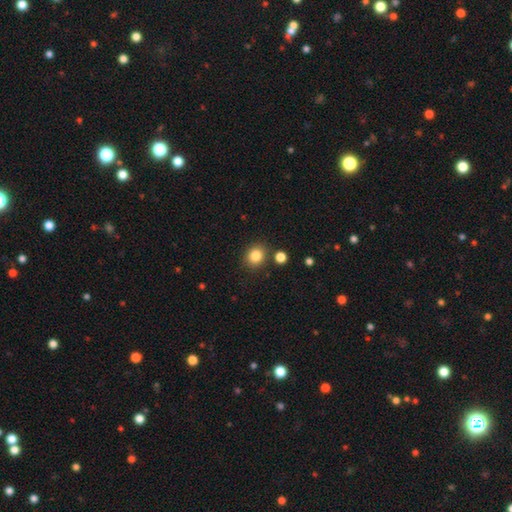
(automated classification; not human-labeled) smooth 84%, star or artifact 11%, featured or disk 5%. Down the decision tree: how rounded — round (75%); merging — none (84%).